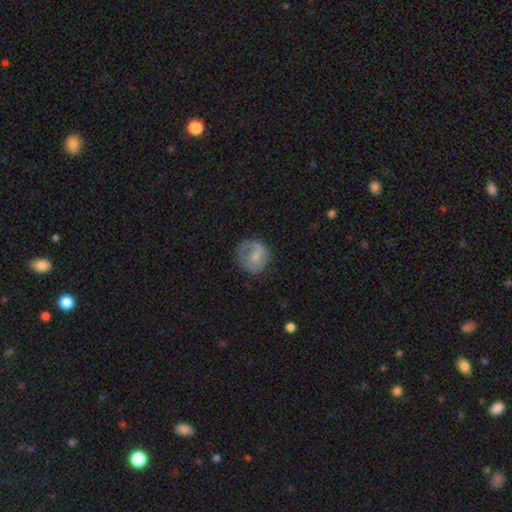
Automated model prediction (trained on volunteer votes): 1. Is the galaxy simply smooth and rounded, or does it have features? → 61% smooth, 32% featured or disk, 8% star or artifact.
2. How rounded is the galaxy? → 83% round, 16% in between, 1% cigar-shaped.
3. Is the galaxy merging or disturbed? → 58% none, 24% minor disturbance, 16% major disturbance, 2% merger.